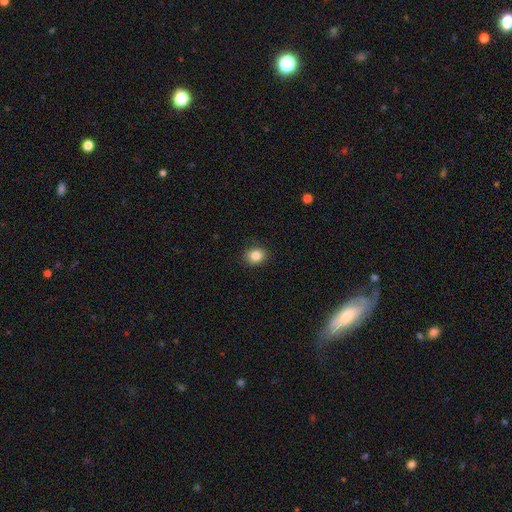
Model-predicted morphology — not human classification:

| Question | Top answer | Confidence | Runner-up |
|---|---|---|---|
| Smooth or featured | smooth | 84% | star or artifact (10%) |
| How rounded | round | 57% | in between (42%) |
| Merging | none | 87% | minor disturbance (9%) |